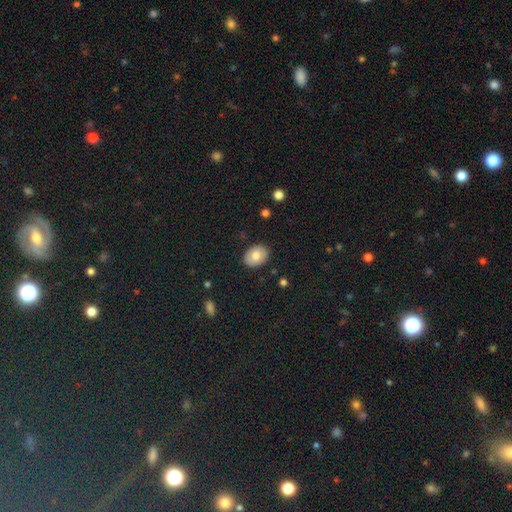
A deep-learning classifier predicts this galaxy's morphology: A smooth galaxy with no disk features (76%) that is in between round and cigar-shaped (70%). Merging: none (88%).